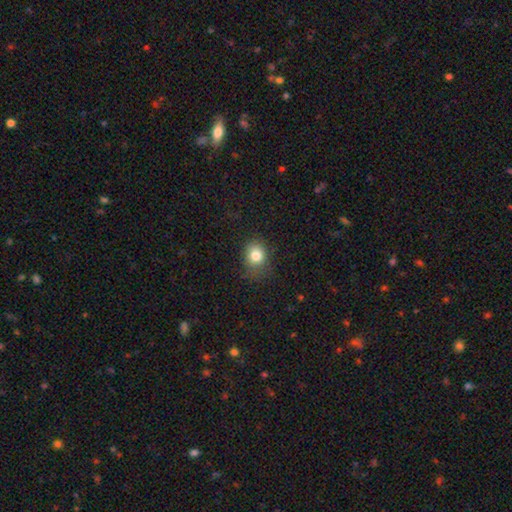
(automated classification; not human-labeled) smooth-or-featured: smooth: 81% | star or artifact: 11% | featured or disk: 8%
  how-rounded: round: 61% | in between: 38% | cigar-shaped: 1%
  merging: none: 69% | minor disturbance: 22% | major disturbance: 8% | merger: 1%